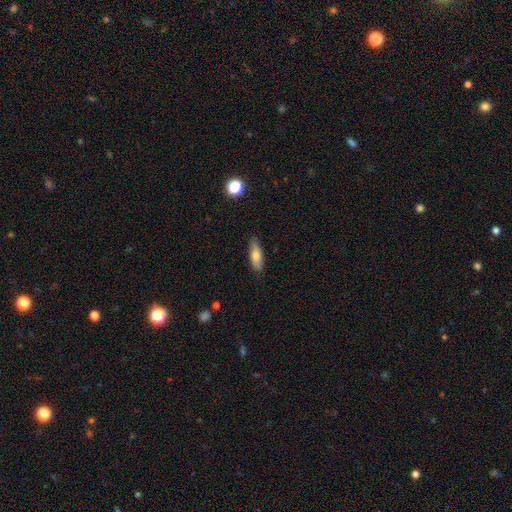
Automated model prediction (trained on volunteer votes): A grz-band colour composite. It shows a smooth galaxy with no disk features (71%) that is in between round and cigar-shaped (53%). Merging: none (84%).